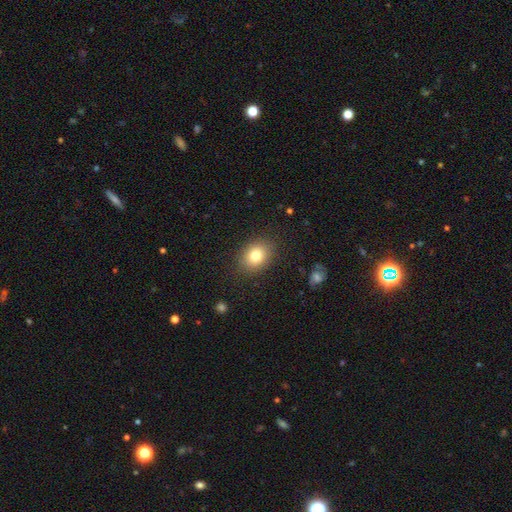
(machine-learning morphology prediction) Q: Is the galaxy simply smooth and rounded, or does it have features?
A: smooth — 80%.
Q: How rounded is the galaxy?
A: in between — 57%.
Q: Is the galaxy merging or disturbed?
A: none — 86%.